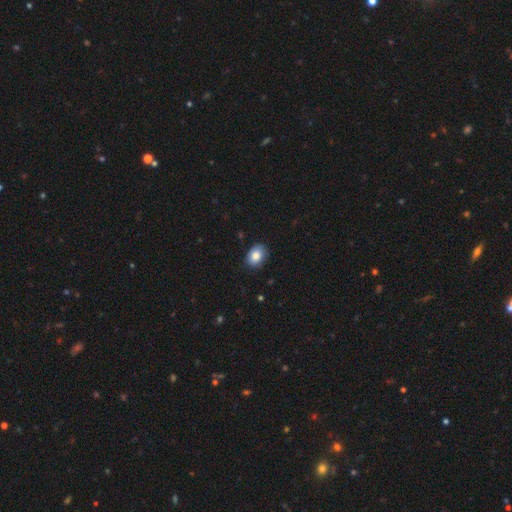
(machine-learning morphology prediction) Smooth or featured: smooth — 82% (featured or disk — 10%)
How rounded: in between — 69% (round — 30%)
Merging: none — 84% (minor disturbance — 13%)